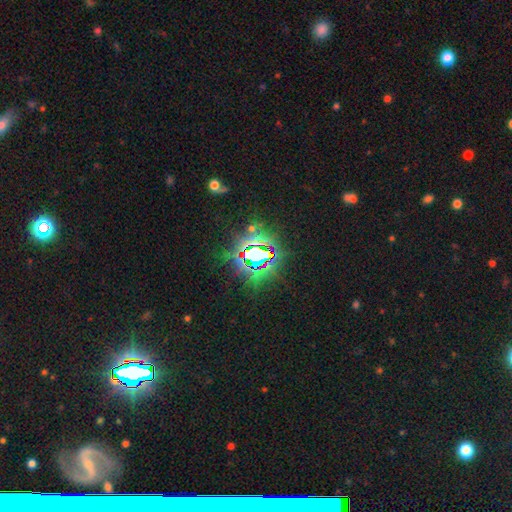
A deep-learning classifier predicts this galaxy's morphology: smooth-or-featured: star or artifact: 85% | smooth: 8% | featured or disk: 7%